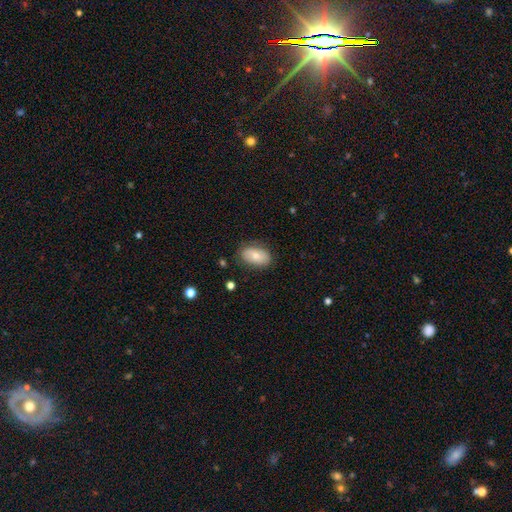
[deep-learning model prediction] Smooth or featured? Predicted: smooth (p=0.71). How rounded? Predicted: in between (p=0.91). Merging? Predicted: none (p=0.80).